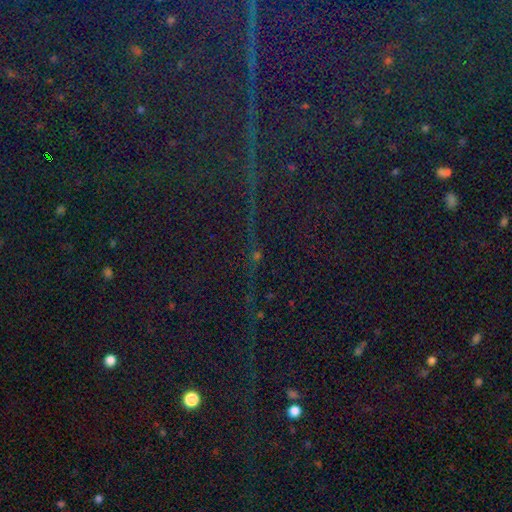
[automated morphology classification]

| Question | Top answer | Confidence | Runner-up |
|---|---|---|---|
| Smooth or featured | star or artifact | 78% | smooth (12%) |